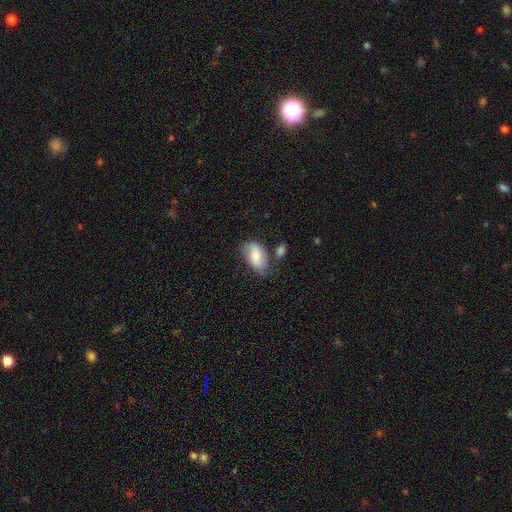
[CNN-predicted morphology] smooth_or_featured: smooth (p=0.68) [alt: featured or disk p=0.25]
how_rounded: in between (p=0.93) [alt: round p=0.05]
merging: none (p=0.56) [alt: minor disturbance p=0.27]